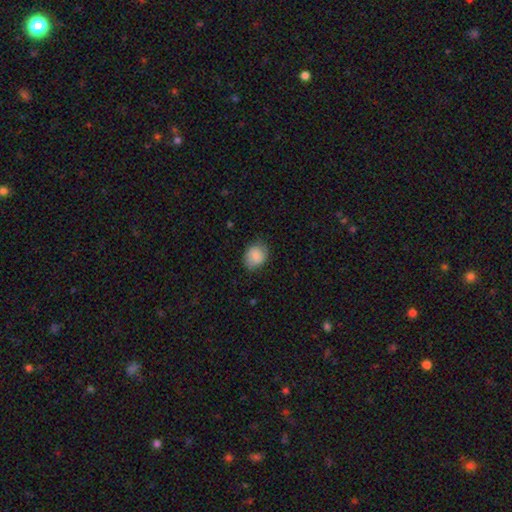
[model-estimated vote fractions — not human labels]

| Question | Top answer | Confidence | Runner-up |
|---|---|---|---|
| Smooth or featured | smooth | 84% | featured or disk (9%) |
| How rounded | in between | 51% | round (48%) |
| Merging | none | 74% | minor disturbance (21%) |